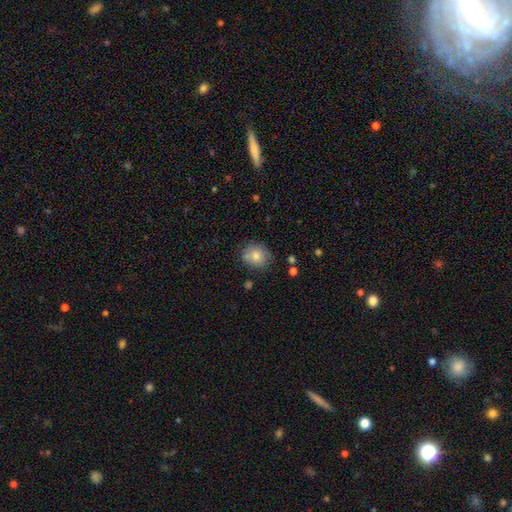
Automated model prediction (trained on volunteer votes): This is likely a smooth galaxy (74%). How rounded: likely round (75%). Merging: likely none (73%).